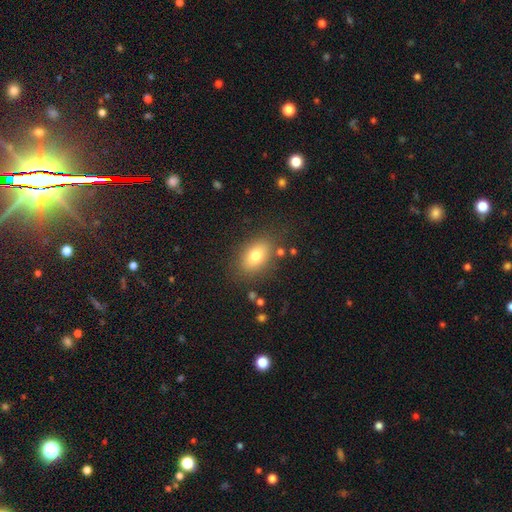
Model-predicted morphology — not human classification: A smooth galaxy with no disk features (77%) that is in between round and cigar-shaped (83%). Merging: none (81%).